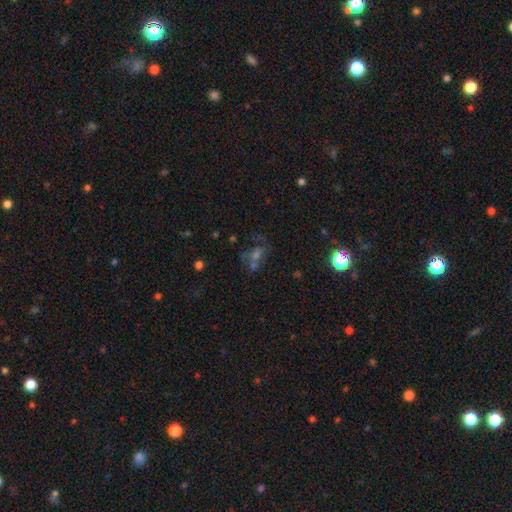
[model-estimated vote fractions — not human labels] Smooth or featured?
  - star or artifact: 38% *
  - featured or disk: 36%
  - smooth: 26%